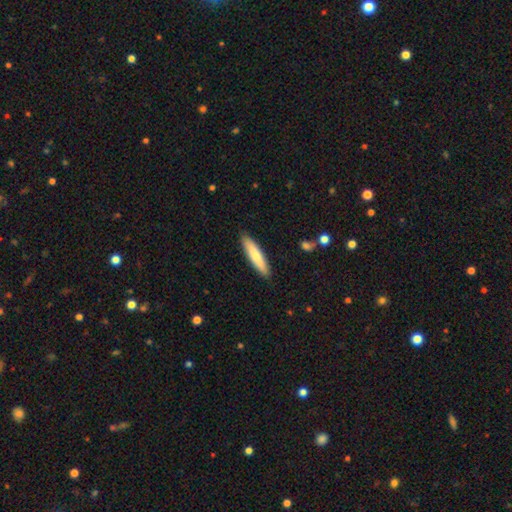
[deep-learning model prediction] smooth-or-featured: smooth: 74% | featured or disk: 21% | star or artifact: 5%
  how-rounded: cigar-shaped: 83% | in between: 16% | round: 1%
  merging: none: 89% | minor disturbance: 8% | major disturbance: 2% | merger: 1%